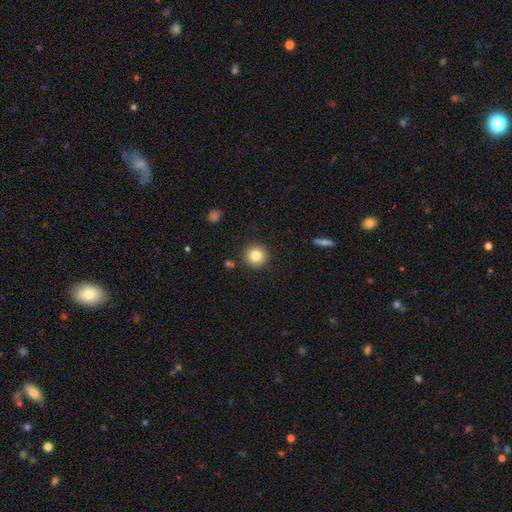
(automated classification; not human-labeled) Overall: smooth (82%). How rounded: round (95%). Merging: none (90%).